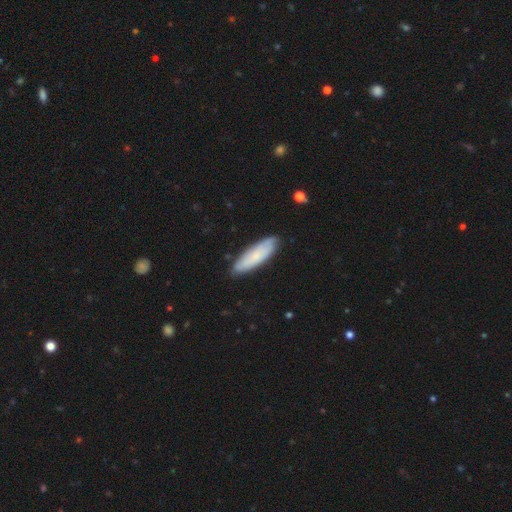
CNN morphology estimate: The model was most divided on "how rounded": cigar-shaped: 51%, in between: 47%, round: 2%. More confident: merging — none (82%); smooth or featured — smooth (67%).